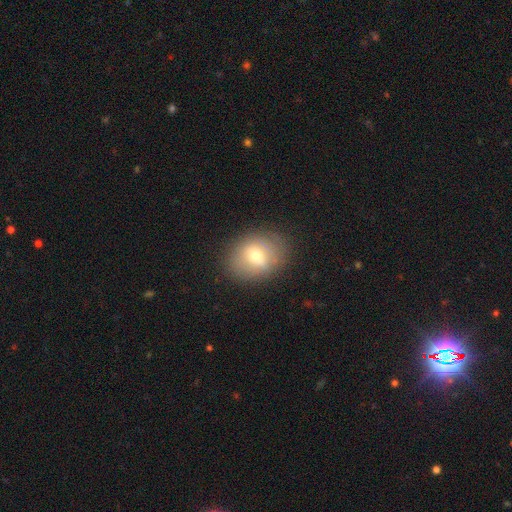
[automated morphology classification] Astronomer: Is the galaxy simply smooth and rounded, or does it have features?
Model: smooth — 63%.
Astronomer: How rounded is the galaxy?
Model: in between — 53% (runner-up: round, 46%).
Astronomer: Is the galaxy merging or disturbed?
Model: none — 81%.